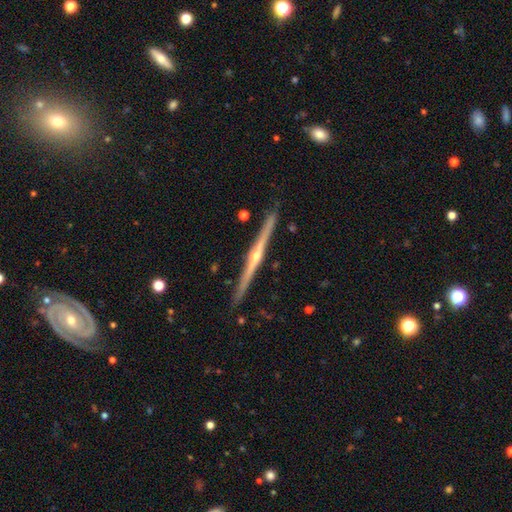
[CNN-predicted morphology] Smooth or featured?
  - featured or disk: 87% *
  - smooth: 8%
  - star or artifact: 5%
Edge-on disk?
  - yes: 99% *
  - no: 1%
Edge-on bulge?
  - rounded: 89% *
  - none: 8%
  - boxy: 3%
Merging?
  - none: 92% *
  - minor disturbance: 6%
  - merger: 1%
  - major disturbance: 1%